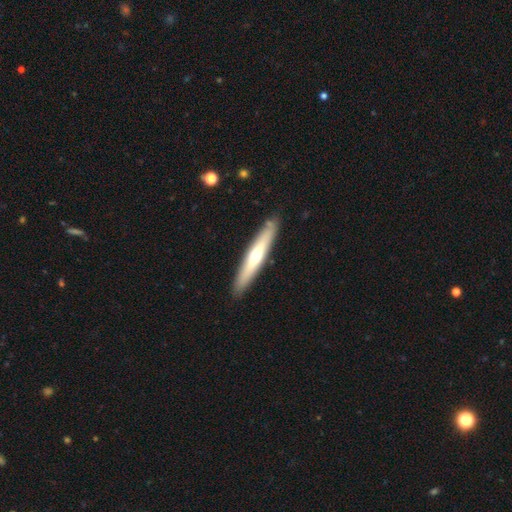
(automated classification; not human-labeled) Overall: smooth (50%; featured or disk 45%). Merging: none (89%).